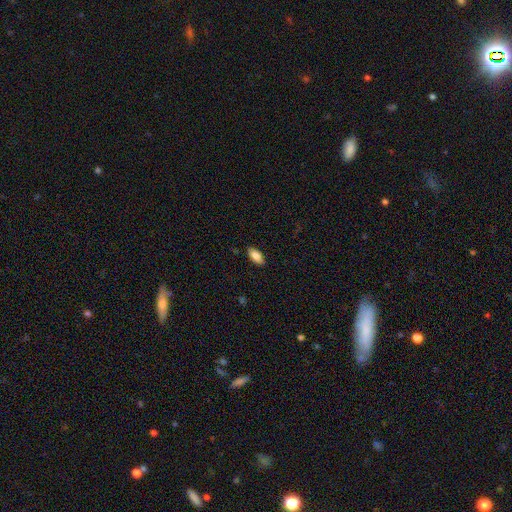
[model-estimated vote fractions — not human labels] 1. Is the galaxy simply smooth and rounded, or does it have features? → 85% smooth, 8% featured or disk, 7% star or artifact.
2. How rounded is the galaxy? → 90% in between, 8% cigar-shaped, 2% round.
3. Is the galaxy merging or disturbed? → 88% none, 9% minor disturbance, 2% major disturbance, 1% merger.